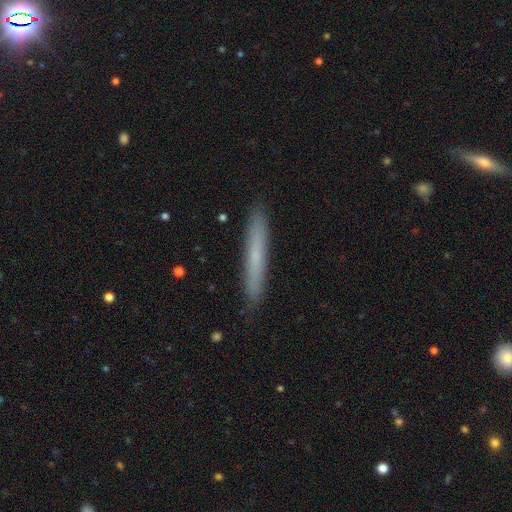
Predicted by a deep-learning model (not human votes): This is likely a smooth galaxy (62%). How rounded: clearly cigar-shaped (96%). Merging: clearly none (90%).